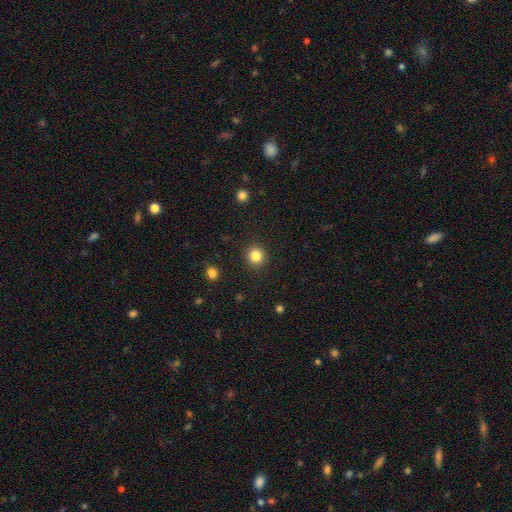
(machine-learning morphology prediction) Smooth or featured: smooth — 84% (star or artifact — 11%)
How rounded: round — 92% (in between — 7%)
Merging: none — 91% (minor disturbance — 5%)